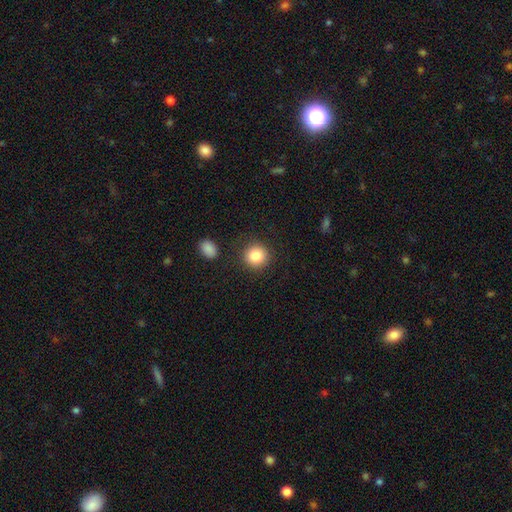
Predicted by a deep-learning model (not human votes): Morphology: type=smooth (85%); roundness=round (91%); merging=none (87%).